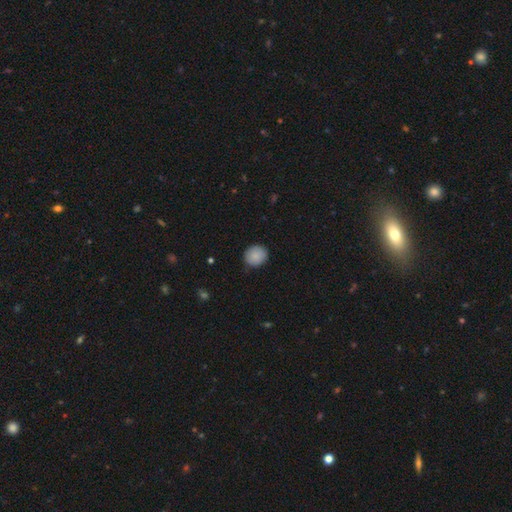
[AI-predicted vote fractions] Q: Smooth or featured?
A: smooth (88%); runner-up: star or artifact (7%)
Q: How rounded?
A: round (83%); runner-up: in between (17%)
Q: Merging?
A: none (84%); runner-up: minor disturbance (13%)